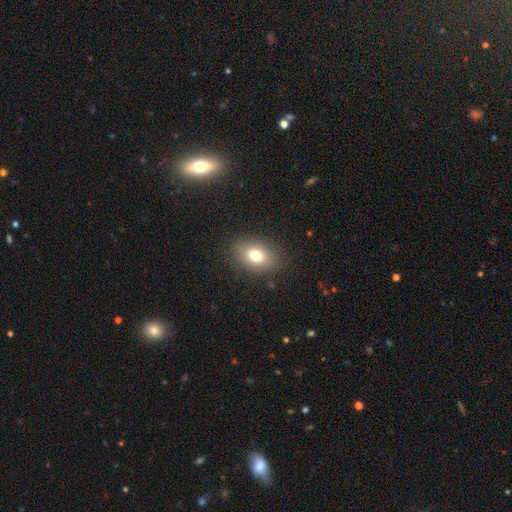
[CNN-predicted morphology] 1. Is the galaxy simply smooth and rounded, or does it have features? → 77% smooth, 12% featured or disk, 10% star or artifact.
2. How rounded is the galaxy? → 79% in between, 20% round, 1% cigar-shaped.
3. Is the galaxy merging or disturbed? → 87% none, 9% minor disturbance, 3% major disturbance, 1% merger.